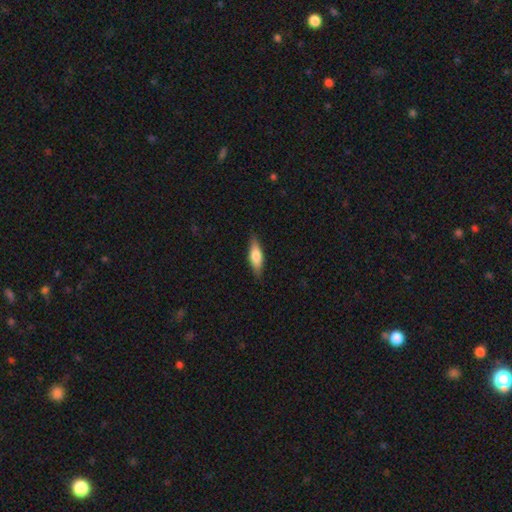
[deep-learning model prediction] Overall: smooth (67%). How rounded: in between (53%; cigar-shaped 44%). Merging: none (86%).